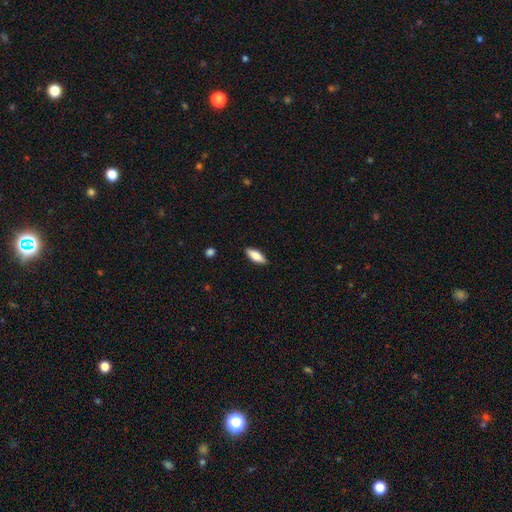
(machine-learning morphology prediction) The model was most divided on "how rounded": in between: 70%, cigar-shaped: 27%, round: 2%. More confident: merging — none (88%); smooth or featured — smooth (79%).